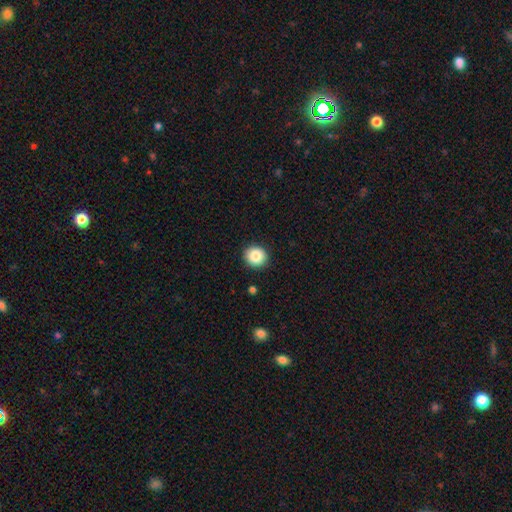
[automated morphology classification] Smooth or featured? Predicted: smooth (p=0.86). How rounded? Predicted: round (p=0.83). Merging? Predicted: none (p=0.90).